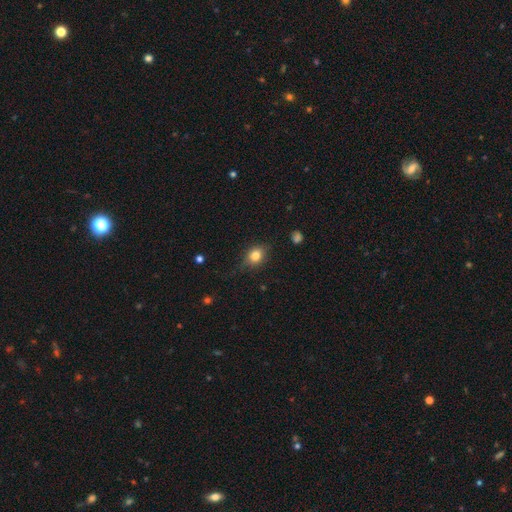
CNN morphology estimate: smooth 78%, featured or disk 11%, star or artifact 11%. Down the decision tree: how rounded — round (51%); merging — none (72%).